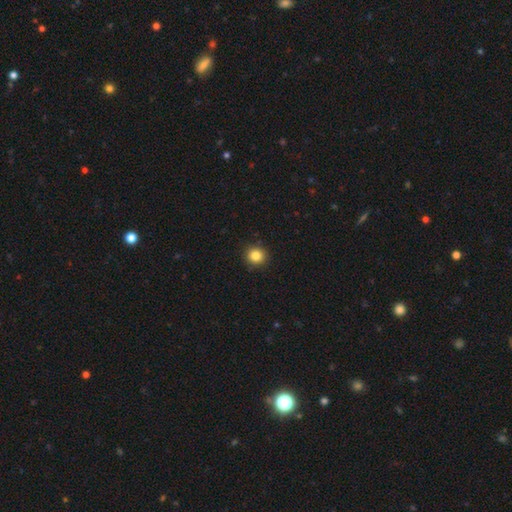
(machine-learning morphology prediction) Smooth or featured: smooth — 84% (star or artifact — 11%)
How rounded: round — 90% (in between — 9%)
Merging: none — 91% (minor disturbance — 6%)